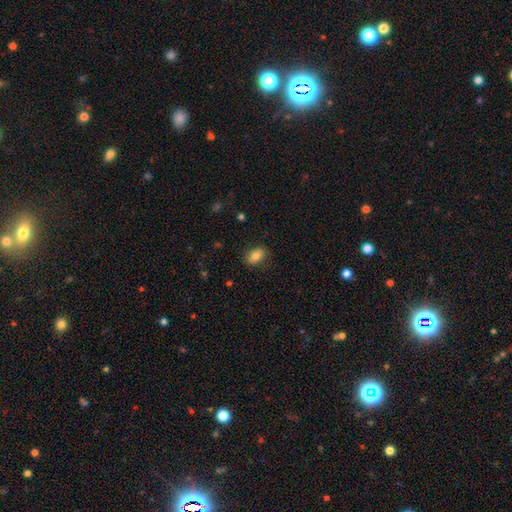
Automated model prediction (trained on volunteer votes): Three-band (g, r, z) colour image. It shows a smooth galaxy with no disk features (81%) that is in between round and cigar-shaped (85%). Merging: none (83%).